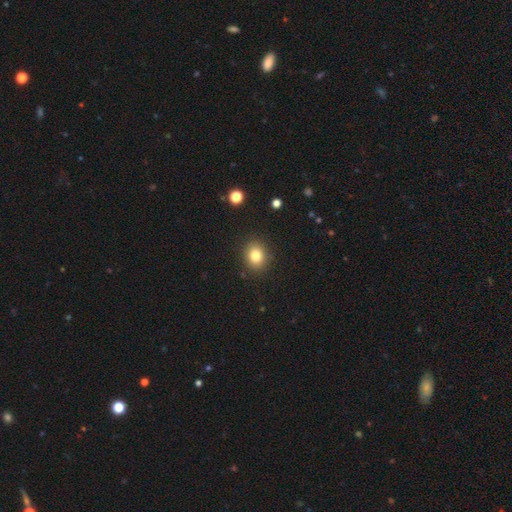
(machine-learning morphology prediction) smooth_or_featured: smooth (p=0.82) [alt: star or artifact p=0.11]
how_rounded: round (p=0.66) [alt: in between p=0.33]
merging: none (p=0.88) [alt: minor disturbance p=0.08]